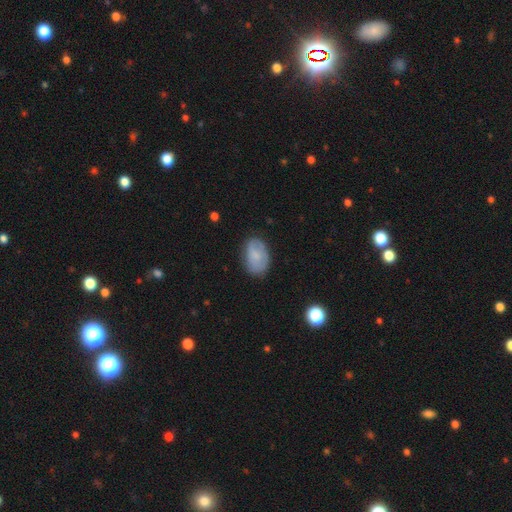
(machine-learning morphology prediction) Overall: smooth (71%). How rounded: in between (88%). Merging: none (73%).